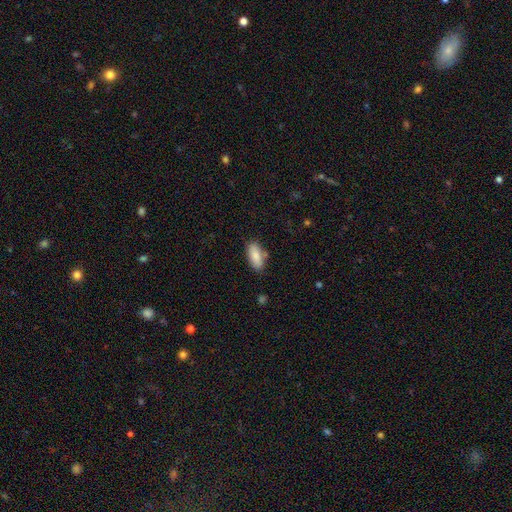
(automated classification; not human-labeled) smooth-or-featured: smooth: 86% | featured or disk: 8% | star or artifact: 6%
  how-rounded: in between: 85% | cigar-shaped: 13% | round: 2%
  merging: none: 78% | minor disturbance: 15% | merger: 5% | major disturbance: 3%